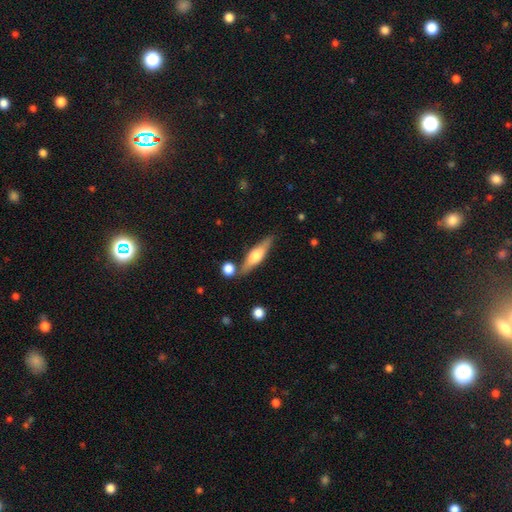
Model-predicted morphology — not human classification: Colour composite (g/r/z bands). It shows a featured or disk galaxy (53%) viewed edge-on (92%). Merging: none (78%).